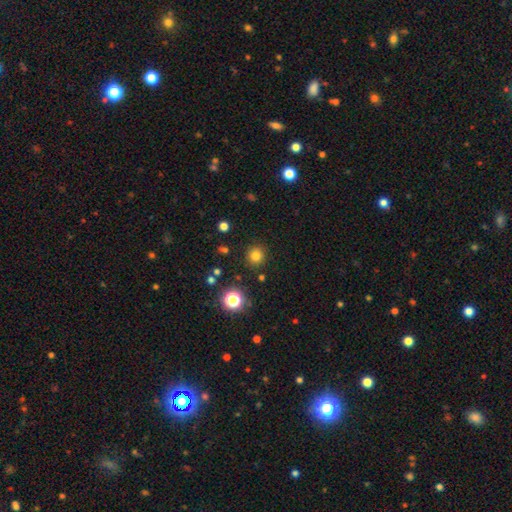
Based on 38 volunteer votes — Smooth or featured: smooth — 89% (star or artifact — 8%)
How rounded: round — 94% (in between — 6%)
Merging: none — 83% (minor disturbance — 9%)